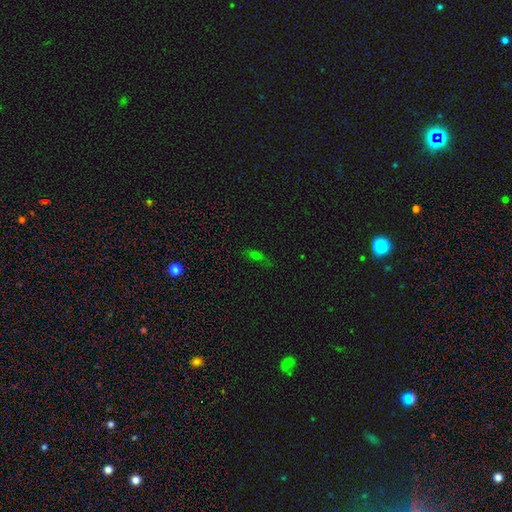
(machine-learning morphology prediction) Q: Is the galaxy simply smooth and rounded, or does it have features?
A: smooth — 55%.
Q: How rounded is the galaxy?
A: in between — 58%.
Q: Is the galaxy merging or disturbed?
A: none — 74%.